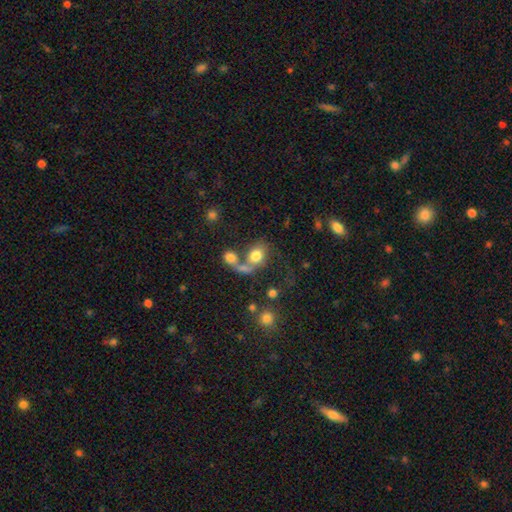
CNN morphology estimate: Smooth or featured? Predicted: smooth (p=0.65). How rounded? Predicted: round (p=0.55). Merging? Predicted: merger (p=0.47).